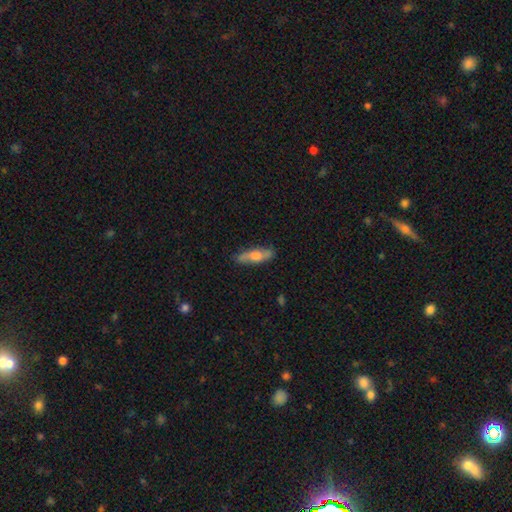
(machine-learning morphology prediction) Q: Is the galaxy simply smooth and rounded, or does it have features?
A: smooth — 56%.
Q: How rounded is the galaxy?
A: cigar-shaped — 58%.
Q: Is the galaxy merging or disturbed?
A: none — 84%.